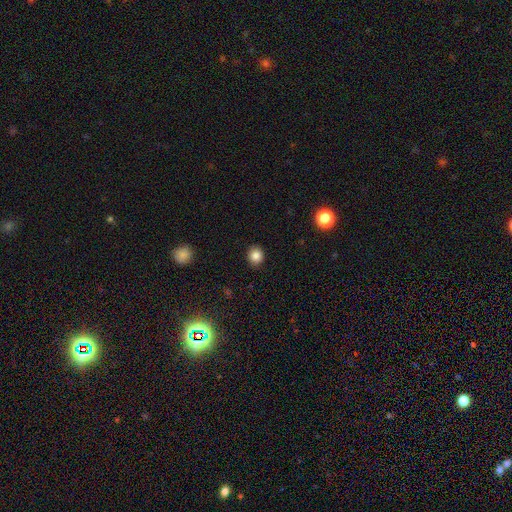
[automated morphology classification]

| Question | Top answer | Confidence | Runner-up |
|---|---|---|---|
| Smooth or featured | smooth | 85% | star or artifact (11%) |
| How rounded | round | 80% | in between (19%) |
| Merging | none | 91% | minor disturbance (6%) |